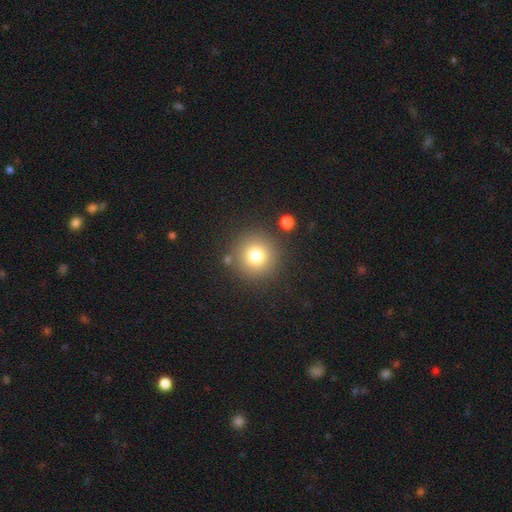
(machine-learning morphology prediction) Smooth or featured?
  - smooth: 77% *
  - star or artifact: 13%
  - featured or disk: 10%
How rounded?
  - round: 95% *
  - in between: 4%
  - cigar-shaped: 1%
Merging?
  - none: 85% *
  - minor disturbance: 7%
  - merger: 4%
  - major disturbance: 3%